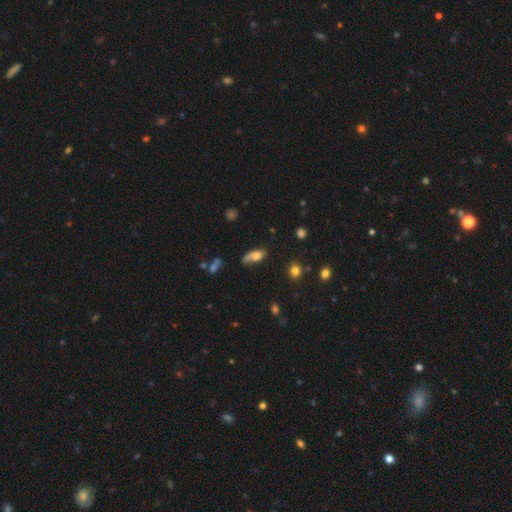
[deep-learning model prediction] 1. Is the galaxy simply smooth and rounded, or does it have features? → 58% smooth, 32% featured or disk, 9% star or artifact.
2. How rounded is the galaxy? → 80% in between, 13% cigar-shaped, 7% round.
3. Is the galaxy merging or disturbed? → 44% none, 34% minor disturbance, 18% major disturbance, 4% merger.